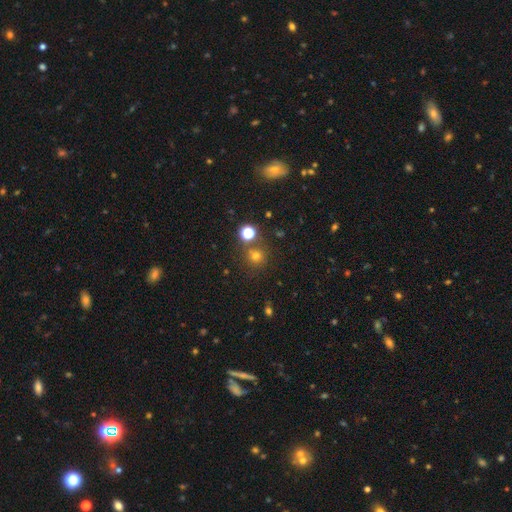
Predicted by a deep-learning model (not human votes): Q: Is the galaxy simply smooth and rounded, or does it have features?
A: smooth — 68%.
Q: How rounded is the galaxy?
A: round — 91%.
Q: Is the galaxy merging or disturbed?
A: none — 75%.